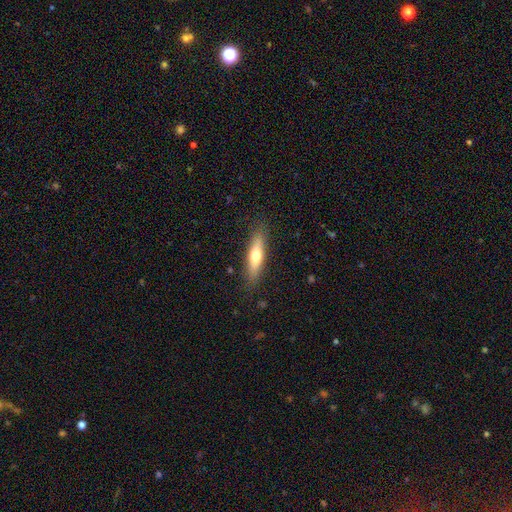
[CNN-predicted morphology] smooth_or_featured: smooth (p=0.61) [alt: featured or disk p=0.33]
how_rounded: cigar-shaped (p=0.72) [alt: in between p=0.26]
merging: none (p=0.86) [alt: minor disturbance p=0.10]